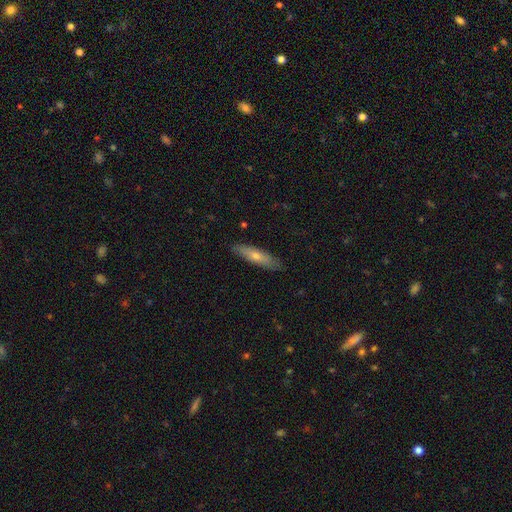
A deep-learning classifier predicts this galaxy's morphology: Smooth or featured: smooth — 59% (featured or disk — 35%)
How rounded: cigar-shaped — 79% (in between — 19%)
Merging: none — 87% (minor disturbance — 10%)